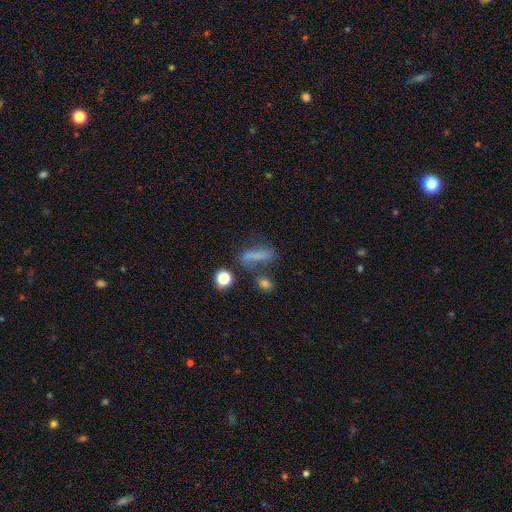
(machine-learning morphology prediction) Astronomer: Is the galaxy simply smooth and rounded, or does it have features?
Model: smooth — 65%.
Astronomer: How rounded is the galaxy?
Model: cigar-shaped — 56% (runner-up: in between, 34%).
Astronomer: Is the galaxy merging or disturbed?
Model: none — 53%.